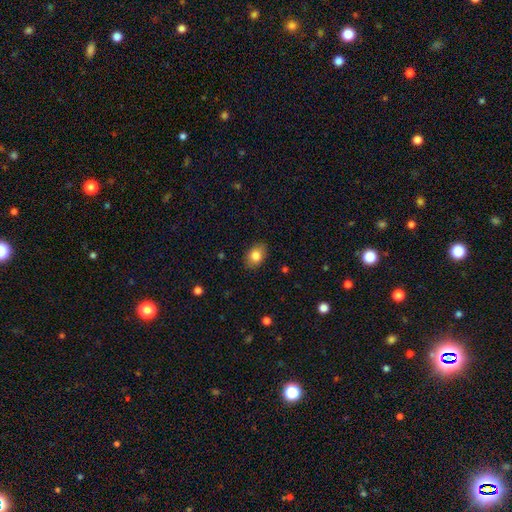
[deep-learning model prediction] This is clearly a smooth galaxy (82%). How rounded: likely in between (78%). Merging: clearly none (85%).